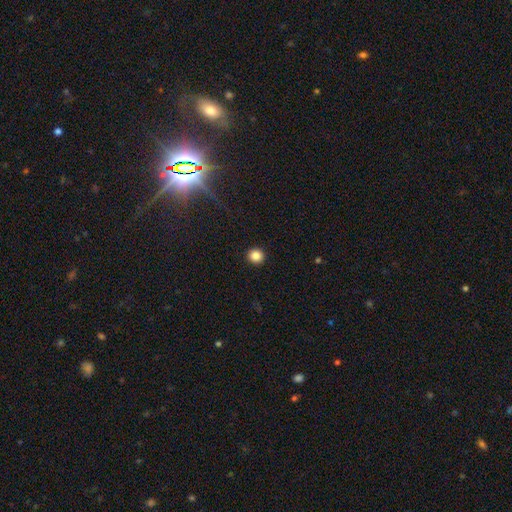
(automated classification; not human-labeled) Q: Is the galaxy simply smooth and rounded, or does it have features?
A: smooth — 85%.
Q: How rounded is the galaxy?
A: round — 91%.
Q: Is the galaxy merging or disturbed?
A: none — 93%.